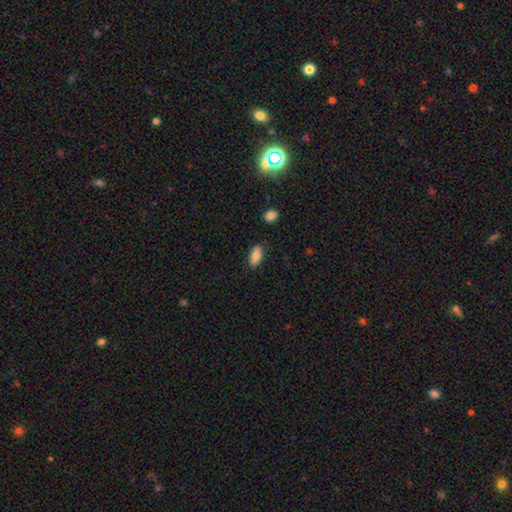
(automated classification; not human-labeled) smooth-or-featured: smooth: 81% | featured or disk: 11% | star or artifact: 7%
  how-rounded: in between: 90% | cigar-shaped: 7% | round: 3%
  merging: none: 84% | minor disturbance: 12% | major disturbance: 2% | merger: 2%